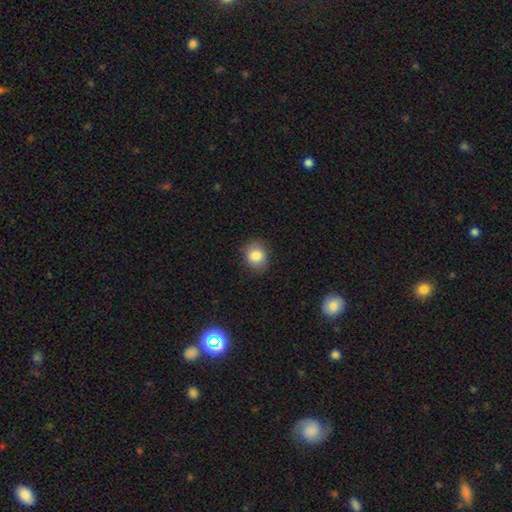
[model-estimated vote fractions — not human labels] smooth 84%, star or artifact 10%, featured or disk 6%. Down the decision tree: how rounded — round (69%); merging — none (85%).